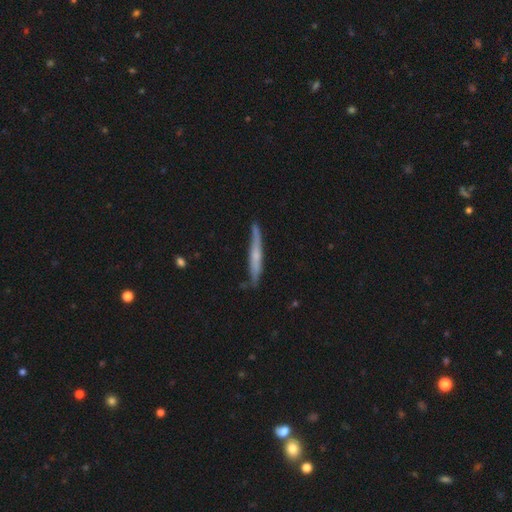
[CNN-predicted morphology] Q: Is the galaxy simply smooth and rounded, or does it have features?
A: featured or disk — 51%.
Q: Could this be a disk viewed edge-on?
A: yes — 91%.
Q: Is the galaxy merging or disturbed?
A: none — 73%.